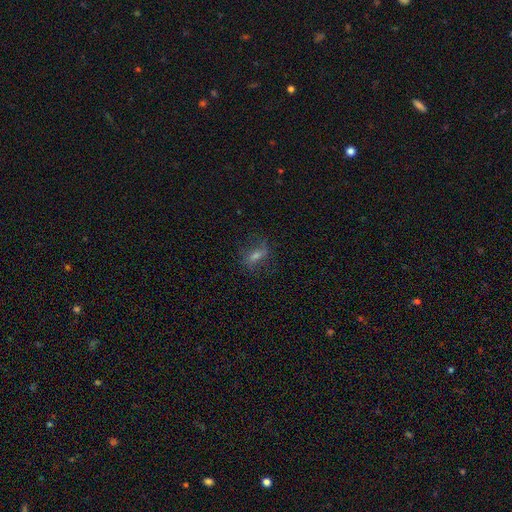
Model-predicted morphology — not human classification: featured or disk 43%, smooth 37%, star or artifact 20%. Down the decision tree: merging — none (69%).